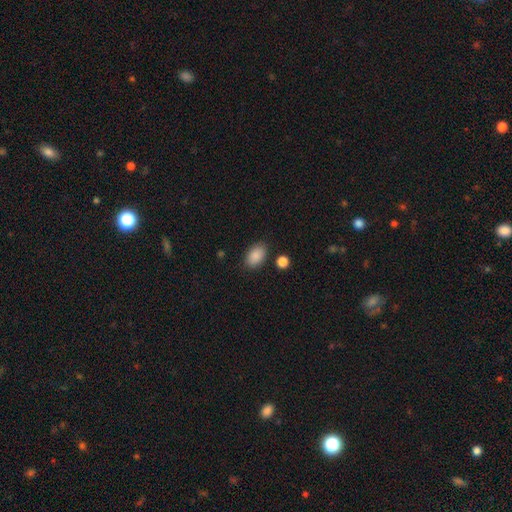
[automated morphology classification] The model was most divided on "merging": none: 84%, minor disturbance: 11%, major disturbance: 3%, merger: 3%. More confident: how rounded — in between (90%); smooth or featured — smooth (88%).